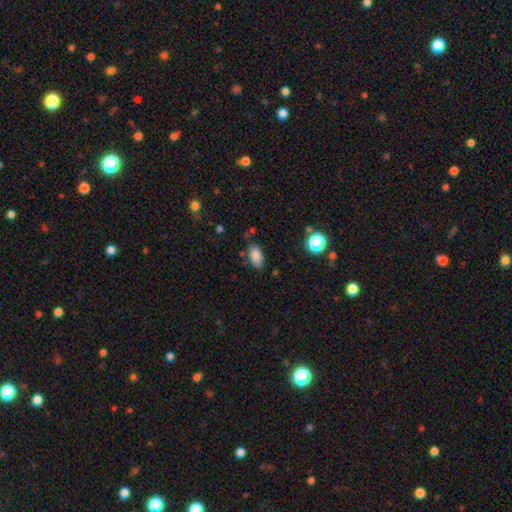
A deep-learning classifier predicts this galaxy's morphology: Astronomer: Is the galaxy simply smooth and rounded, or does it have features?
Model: smooth — 85%.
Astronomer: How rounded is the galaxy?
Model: in between — 92%.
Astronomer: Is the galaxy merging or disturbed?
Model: none — 78%.